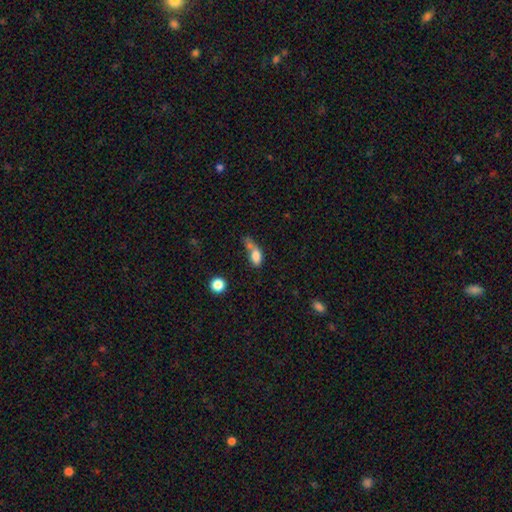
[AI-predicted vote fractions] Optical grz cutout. It shows a smooth galaxy with no disk features (77%) that is in between round and cigar-shaped (77%). Merging: merger (42%).